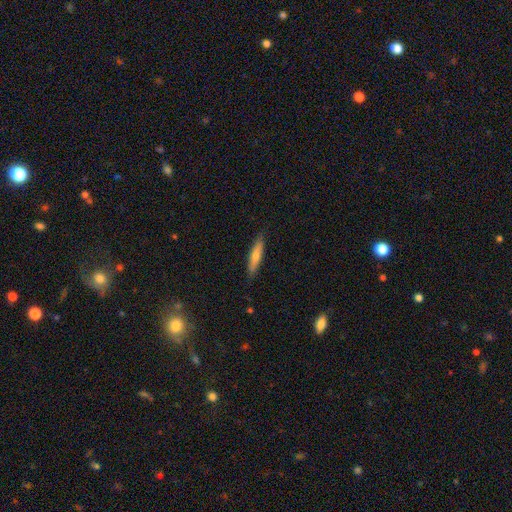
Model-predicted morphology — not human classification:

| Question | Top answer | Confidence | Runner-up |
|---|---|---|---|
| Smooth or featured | smooth | 52% | featured or disk (42%) |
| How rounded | cigar-shaped | 89% | in between (9%) |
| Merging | none | 88% | minor disturbance (9%) |